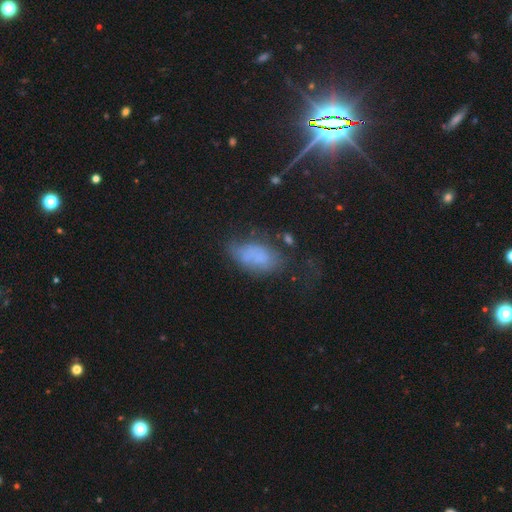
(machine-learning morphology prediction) A smooth galaxy with no disk features (63%) that is in between round and cigar-shaped (91%).

Vote fractions:
- Smooth or featured? smooth: 63% / featured or disk: 23% / star or artifact: 14%
- How rounded? in between: 91% / round: 5% / cigar-shaped: 4%
- Merging? none: 35% / minor disturbance: 30% / major disturbance: 28% / merger: 7%